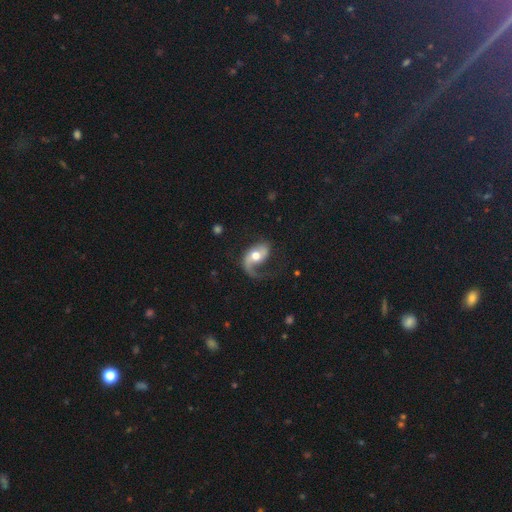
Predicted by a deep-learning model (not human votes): The model was most divided on "merging": none: 42%, major disturbance: 35%, minor disturbance: 20%, merger: 3%. More confident: edge-on disk — no (96%); spiral arms — yes (92%); smooth or featured — featured or disk (76%); bulge size — moderate (69%); bar — no (58%); spiral winding — loose (56%); spiral arm count — 1 (55%).